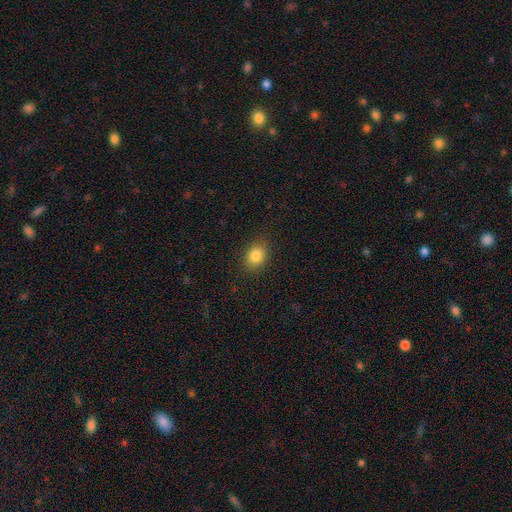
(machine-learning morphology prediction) The model was most divided on "how rounded": in between: 56%, round: 43%, cigar-shaped: 1%. More confident: merging — none (87%); smooth or featured — smooth (84%).